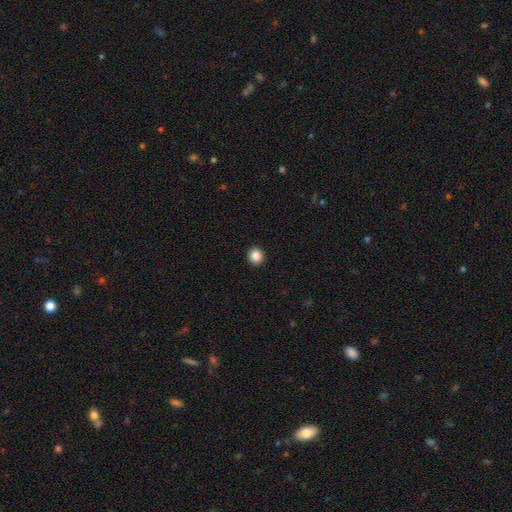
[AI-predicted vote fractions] A smooth galaxy with no disk features (86%) that is round (92%).

Vote fractions:
- Smooth or featured? smooth: 86% / star or artifact: 10% / featured or disk: 4%
- How rounded? round: 92% / in between: 7% / cigar-shaped: 1%
- Merging? none: 93% / minor disturbance: 4% / major disturbance: 1% / merger: 1%